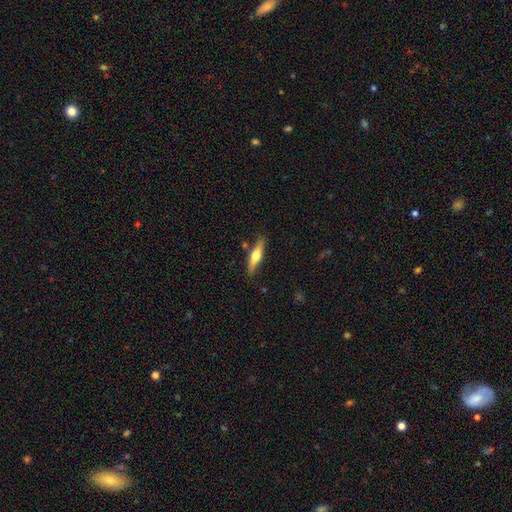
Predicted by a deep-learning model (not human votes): Q: Smooth or featured?
A: smooth (50%); runner-up: featured or disk (44%)
Q: How rounded?
A: cigar-shaped (74%); runner-up: in between (24%)
Q: Merging?
A: none (81%); runner-up: minor disturbance (13%)